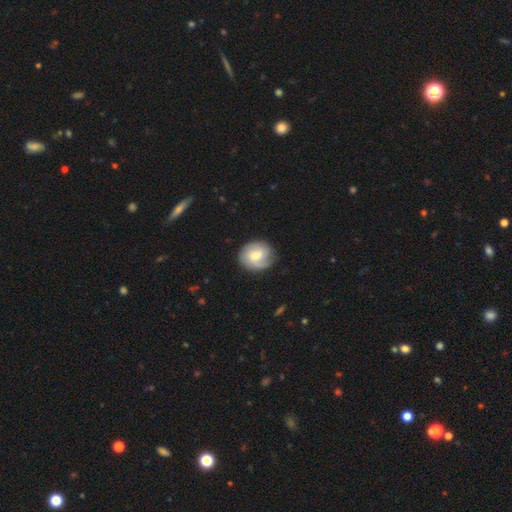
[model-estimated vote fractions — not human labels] Overall: featured or disk (50%; smooth 44%). Merging: none (77%).